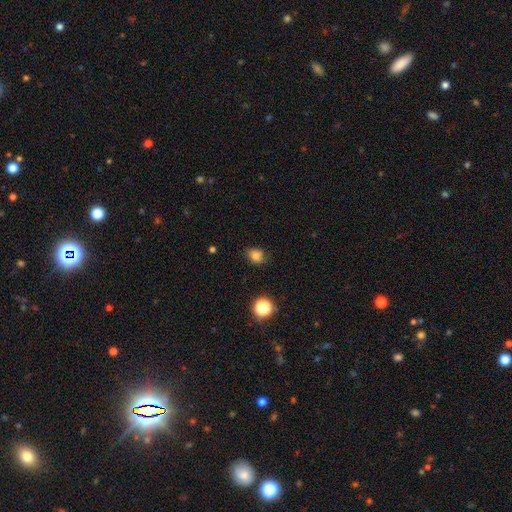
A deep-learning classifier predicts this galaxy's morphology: Smooth or featured?
  - smooth: 79% *
  - star or artifact: 14%
  - featured or disk: 7%
How rounded?
  - round: 57% *
  - in between: 42%
  - cigar-shaped: 1%
Merging?
  - none: 77% *
  - minor disturbance: 18%
  - major disturbance: 4%
  - merger: 2%